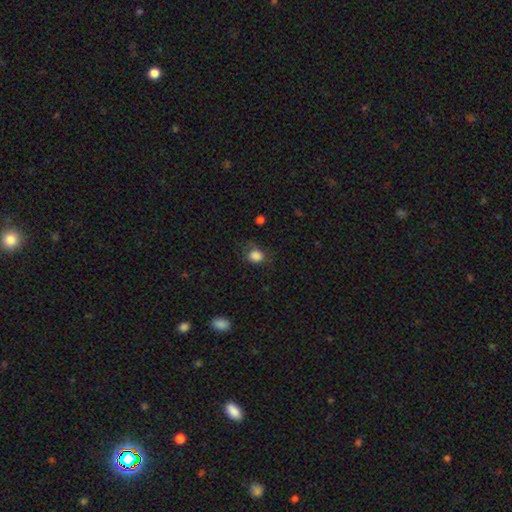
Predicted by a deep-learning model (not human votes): This appears to be a smooth galaxy with no disk features (85%) that is round (64%). Merging: none (66%).